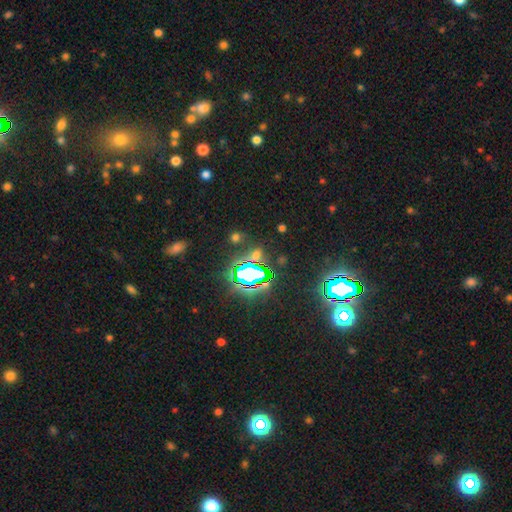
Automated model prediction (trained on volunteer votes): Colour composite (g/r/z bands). It shows a star or artifact, not a galaxy (68%).